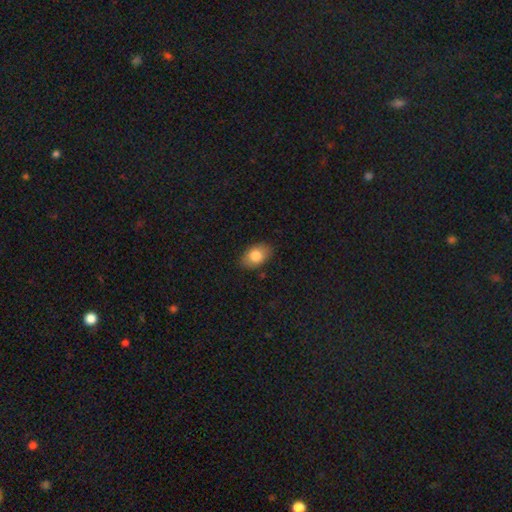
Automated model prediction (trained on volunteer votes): Smooth or featured? smooth (81%)
How rounded? in between (87%)
Merging? none (86%)